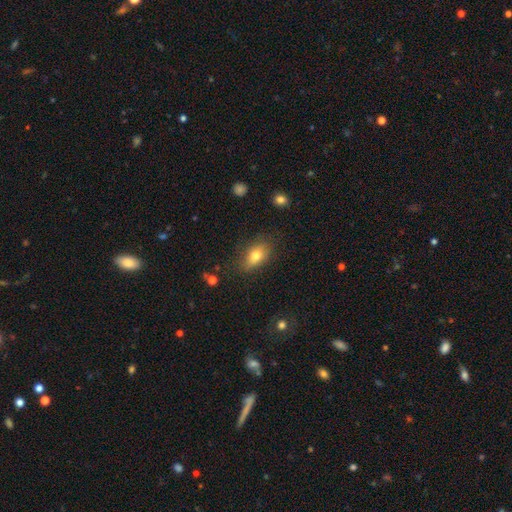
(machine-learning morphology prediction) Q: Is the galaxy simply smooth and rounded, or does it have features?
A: smooth — 75%.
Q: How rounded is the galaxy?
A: in between — 83%.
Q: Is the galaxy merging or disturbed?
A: none — 78%.